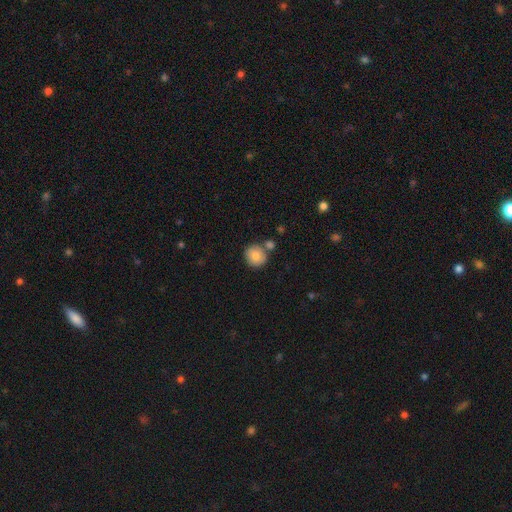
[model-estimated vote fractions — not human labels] Q: Smooth or featured?
A: smooth (83%); runner-up: featured or disk (10%)
Q: How rounded?
A: round (89%); runner-up: in between (10%)
Q: Merging?
A: none (67%); runner-up: merger (18%)